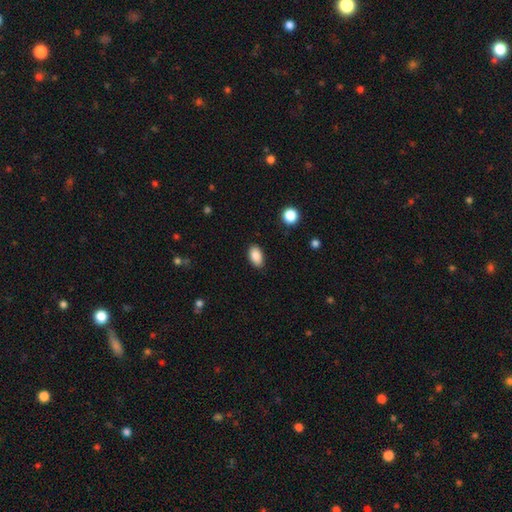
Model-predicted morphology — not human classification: A smooth galaxy with no disk features (88%) that is in between round and cigar-shaped (93%).

Vote fractions:
- Smooth or featured? smooth: 88% / star or artifact: 8% / featured or disk: 4%
- How rounded? in between: 93% / round: 5% / cigar-shaped: 2%
- Merging? none: 86% / minor disturbance: 10% / major disturbance: 2% / merger: 1%